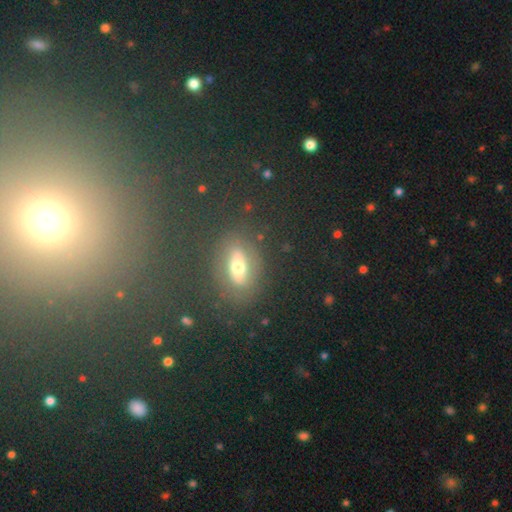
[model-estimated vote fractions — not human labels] Smooth or featured?
  - smooth: 45% *
  - star or artifact: 35%
  - featured or disk: 20%
Merging?
  - none: 82% *
  - minor disturbance: 9%
  - major disturbance: 4%
  - merger: 4%